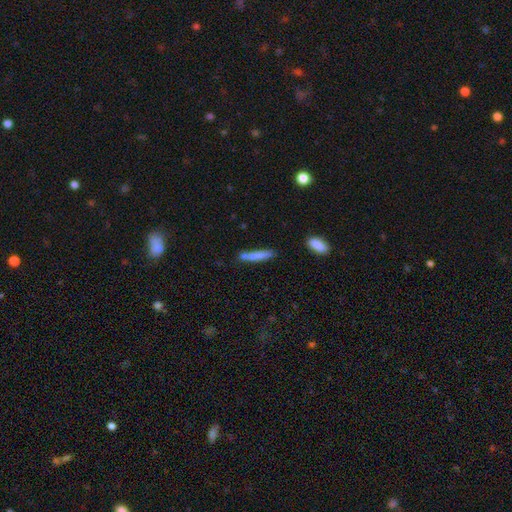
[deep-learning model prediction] Overall: smooth (75%). How rounded: cigar-shaped (89%). Merging: none (64%).